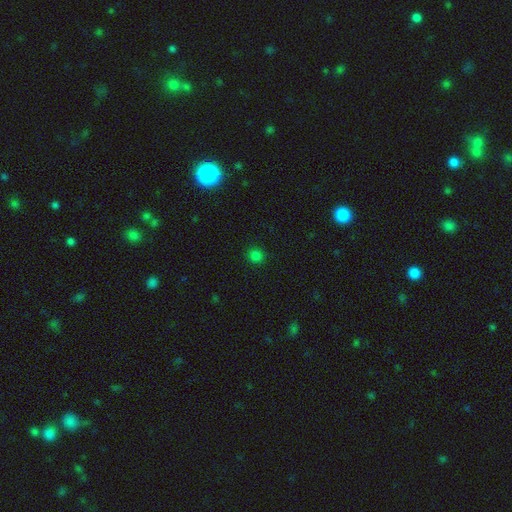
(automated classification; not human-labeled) Morphology: type=smooth (80%); roundness=round (91%); merging=none (91%).